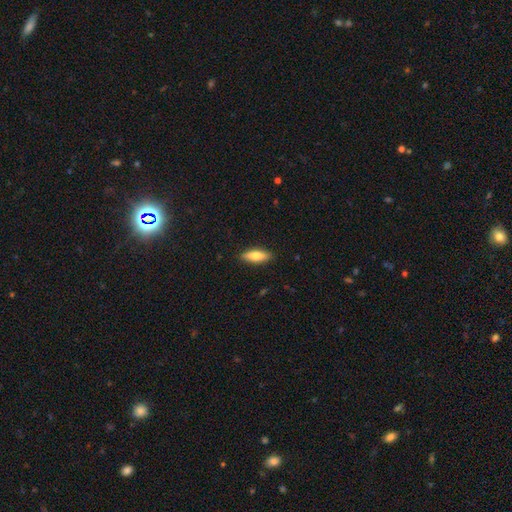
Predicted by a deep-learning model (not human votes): Smooth or featured: smooth — 79% (featured or disk — 16%)
How rounded: in between — 63% (cigar-shaped — 35%)
Merging: none — 88% (minor disturbance — 9%)